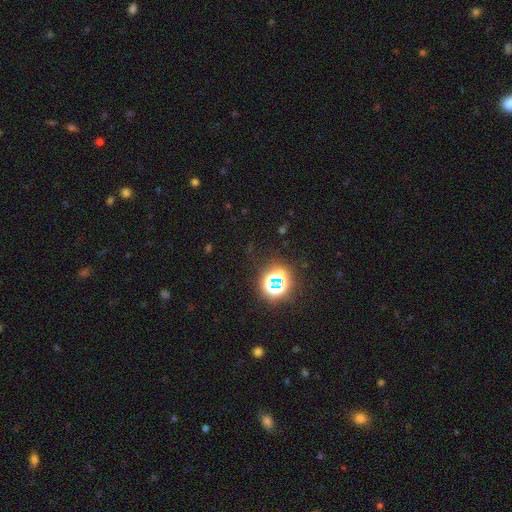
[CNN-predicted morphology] smooth_or_featured: star or artifact (p=0.73) [alt: smooth p=0.20]